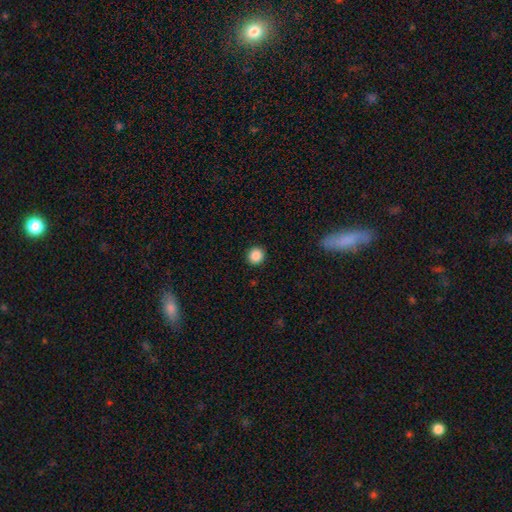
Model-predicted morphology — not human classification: smooth-or-featured: smooth: 87% | star or artifact: 10% | featured or disk: 3%
  how-rounded: round: 92% | in between: 7% | cigar-shaped: 1%
  merging: none: 93% | minor disturbance: 5% | major disturbance: 2% | merger: 1%